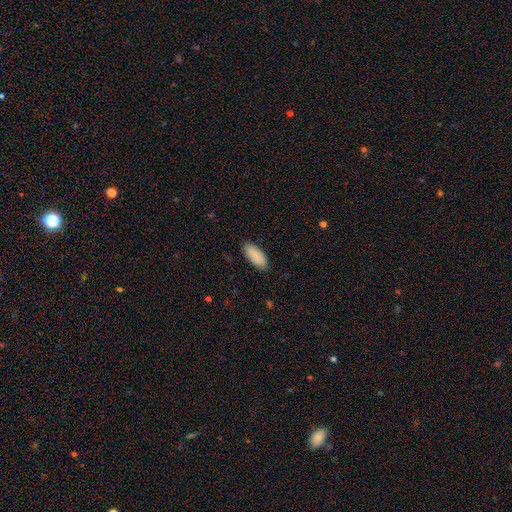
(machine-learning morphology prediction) smooth 90%, star or artifact 6%, featured or disk 4%. Down the decision tree: how rounded — in between (87%); merging — none (86%).